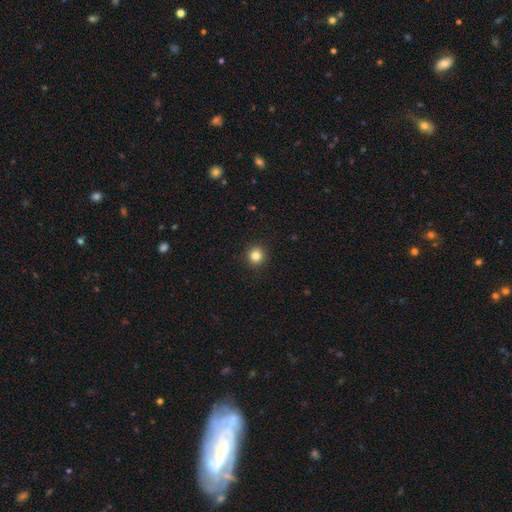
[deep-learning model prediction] smooth 84%, star or artifact 12%, featured or disk 5%. Down the decision tree: how rounded — round (93%); merging — none (92%).